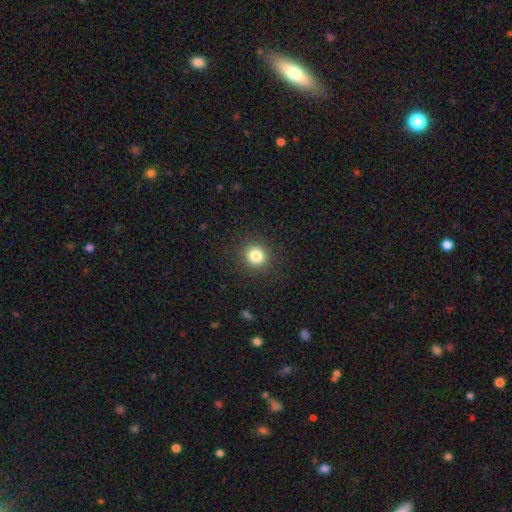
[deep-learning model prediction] Smooth or featured? Predicted: smooth (p=0.83). How rounded? Predicted: round (p=0.90). Merging? Predicted: none (p=0.90).